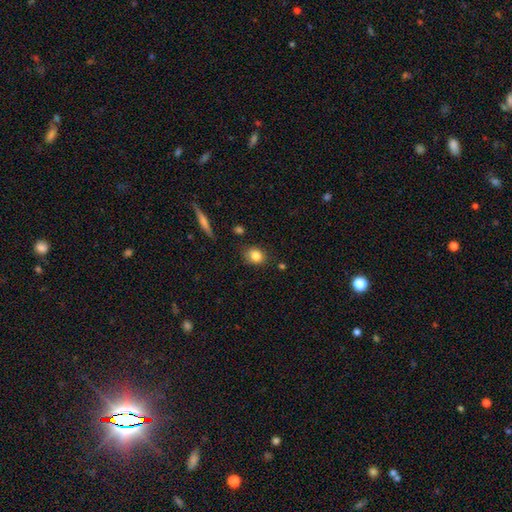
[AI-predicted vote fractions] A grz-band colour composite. It shows a smooth galaxy with no disk features (83%) that is round (52%). Merging: none (81%).